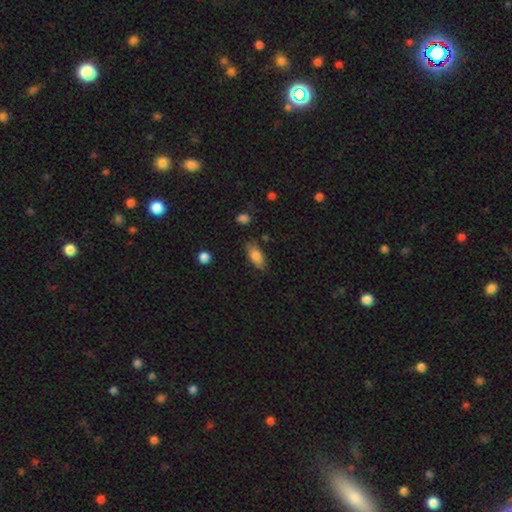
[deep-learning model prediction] smooth-or-featured: smooth: 81% | featured or disk: 12% | star or artifact: 8%
  how-rounded: in between: 83% | cigar-shaped: 14% | round: 3%
  merging: none: 74% | minor disturbance: 19% | major disturbance: 4% | merger: 2%